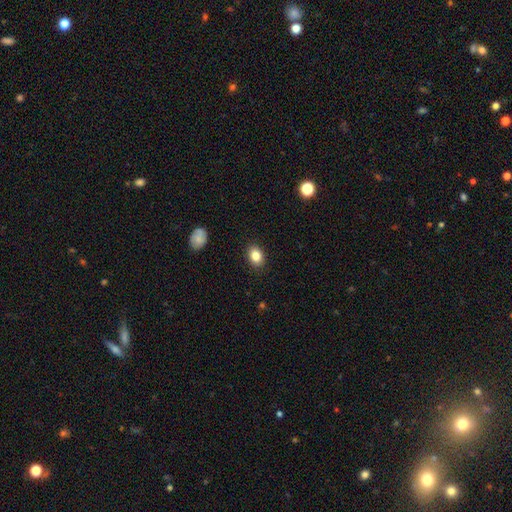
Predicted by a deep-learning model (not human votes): A smooth galaxy with no disk features (85%) that is in between round and cigar-shaped (71%). Merging: none (89%).